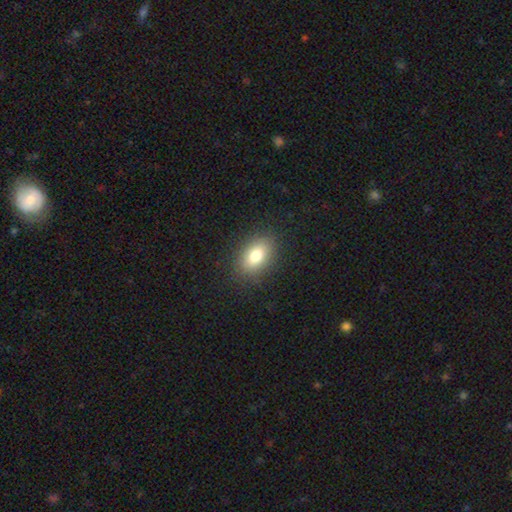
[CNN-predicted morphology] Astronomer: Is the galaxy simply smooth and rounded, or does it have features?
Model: smooth — 79%.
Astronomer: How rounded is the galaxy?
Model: in between — 84%.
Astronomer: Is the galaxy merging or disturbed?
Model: none — 86%.